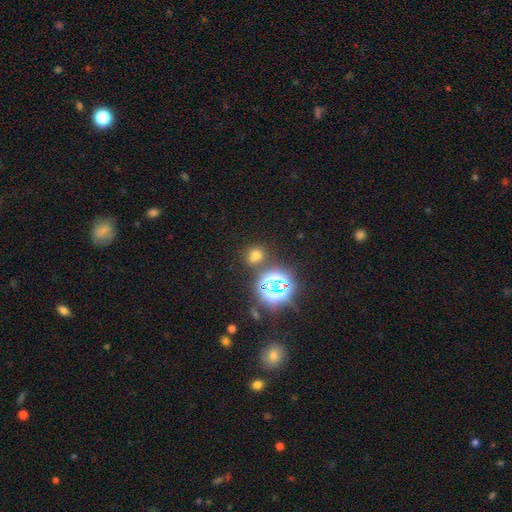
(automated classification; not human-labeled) smooth 59%, star or artifact 34%, featured or disk 7%. Down the decision tree: how rounded — round (57%); merging — none (77%).